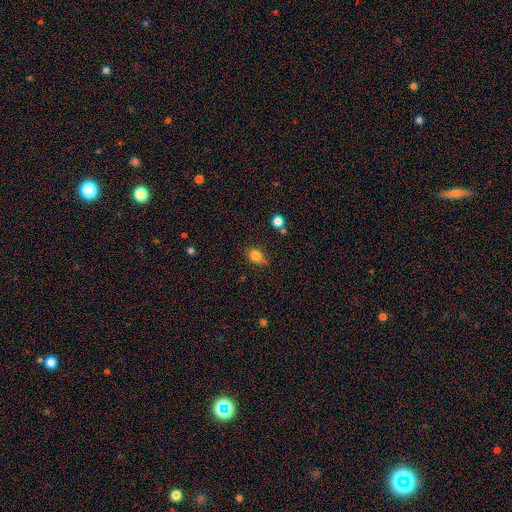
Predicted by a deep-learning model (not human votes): A smooth galaxy with no disk features (81%) that is in between round and cigar-shaped (56%).

Vote fractions:
- Smooth or featured? smooth: 81% / star or artifact: 11% / featured or disk: 8%
- How rounded? in between: 56% / round: 42% / cigar-shaped: 2%
- Merging? none: 68% / minor disturbance: 24% / major disturbance: 5% / merger: 3%